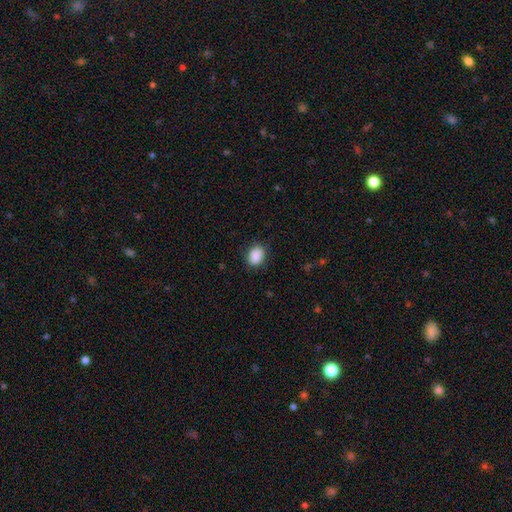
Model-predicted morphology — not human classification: A smooth galaxy with no disk features (89%) that is in between round and cigar-shaped (62%).

Vote fractions:
- Smooth or featured? smooth: 89% / star or artifact: 7% / featured or disk: 3%
- How rounded? in between: 62% / round: 37% / cigar-shaped: 1%
- Merging? none: 83% / minor disturbance: 13% / major disturbance: 3% / merger: 1%